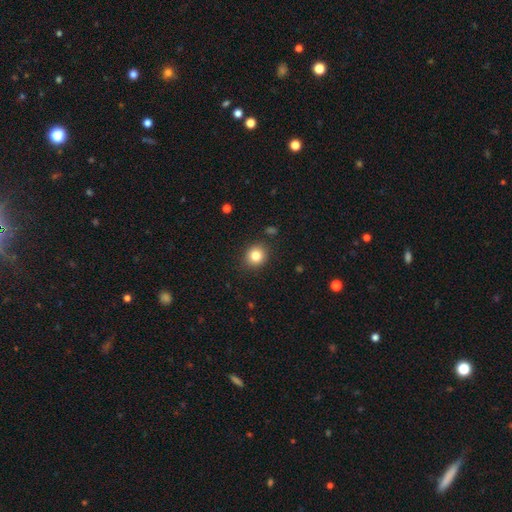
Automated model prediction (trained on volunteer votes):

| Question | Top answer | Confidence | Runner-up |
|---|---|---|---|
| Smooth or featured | smooth | 82% | star or artifact (11%) |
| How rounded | round | 81% | in between (18%) |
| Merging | none | 88% | minor disturbance (8%) |